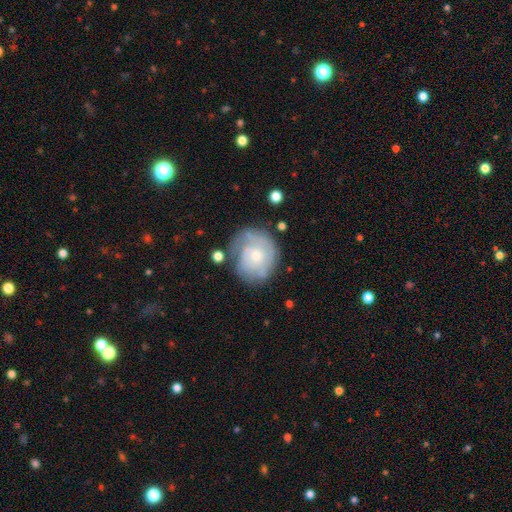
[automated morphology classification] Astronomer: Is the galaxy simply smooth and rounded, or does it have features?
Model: featured or disk — 56% (runner-up: smooth, 37%).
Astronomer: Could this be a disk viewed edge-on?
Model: no — 97%.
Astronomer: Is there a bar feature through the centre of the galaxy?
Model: no — 81%.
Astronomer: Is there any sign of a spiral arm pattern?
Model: yes — 66%.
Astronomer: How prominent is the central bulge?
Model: moderate — 50% (runner-up: small, 43%).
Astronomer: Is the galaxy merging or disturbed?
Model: none — 56%.